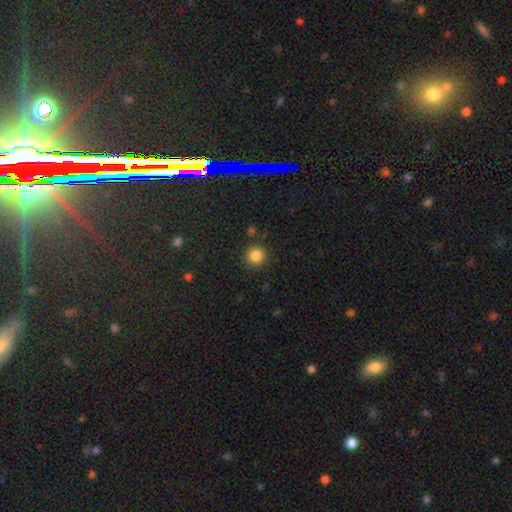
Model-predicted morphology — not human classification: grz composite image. It shows a smooth galaxy with no disk features (84%) that is round (93%). Merging: none (88%).